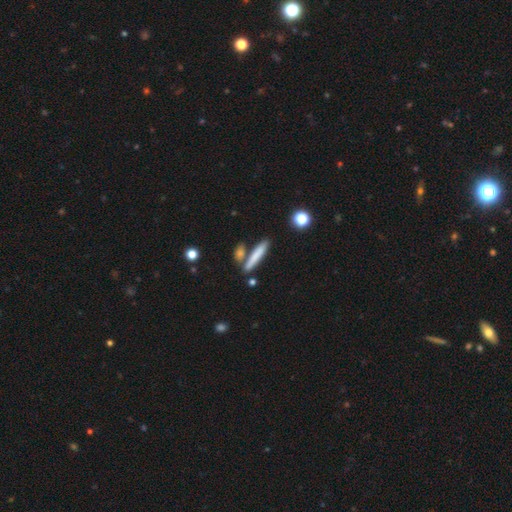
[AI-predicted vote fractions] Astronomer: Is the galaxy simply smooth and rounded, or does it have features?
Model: smooth — 76%.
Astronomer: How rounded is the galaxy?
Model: cigar-shaped — 87%.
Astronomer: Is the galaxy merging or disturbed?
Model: none — 72%.